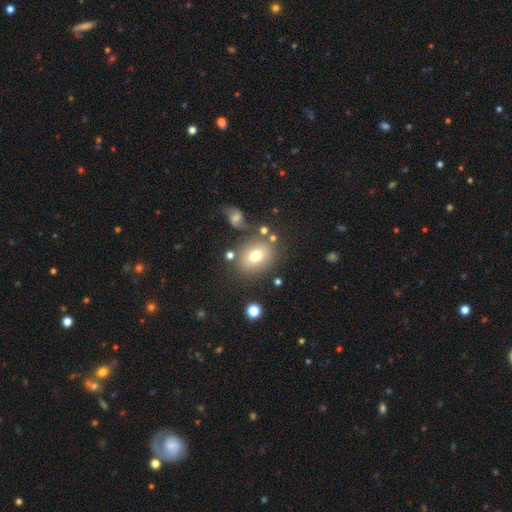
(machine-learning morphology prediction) Smooth or featured? Predicted: smooth (p=0.73). How rounded? Predicted: in between (p=0.50). Merging? Predicted: none (p=0.74).